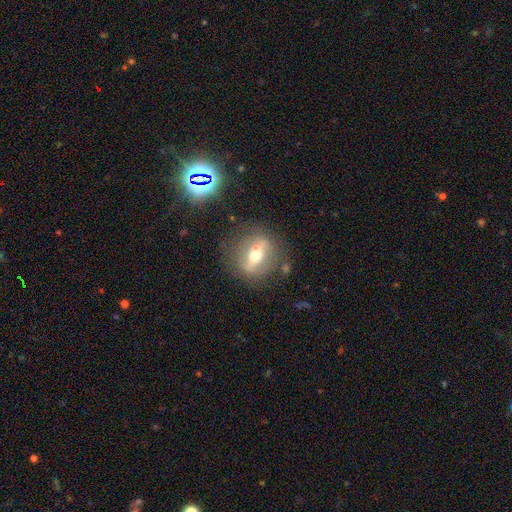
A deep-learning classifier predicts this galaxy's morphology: Smooth or featured? Predicted: featured or disk (p=0.56). Edge-on disk? Predicted: no (p=0.69). Merging? Predicted: none (p=0.69).